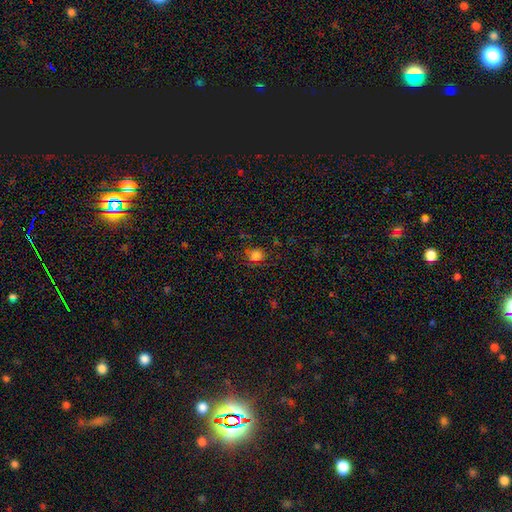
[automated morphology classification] The model was most divided on "how rounded": round: 77%, in between: 22%, cigar-shaped: 1%. More confident: merging — none (78%); smooth or featured — smooth (78%).